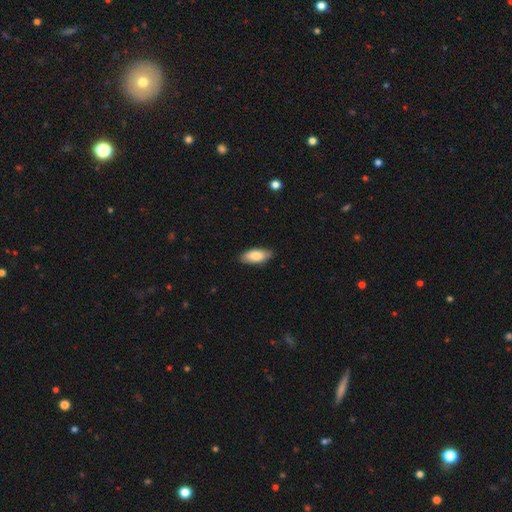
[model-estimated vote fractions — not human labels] Smooth or featured: smooth — 82% (featured or disk — 12%)
How rounded: in between — 86% (cigar-shaped — 12%)
Merging: none — 84% (minor disturbance — 13%)